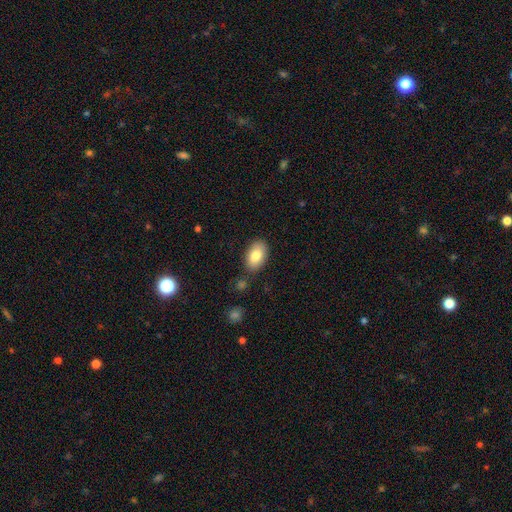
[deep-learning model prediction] Smooth or featured? Predicted: smooth (p=0.83). How rounded? Predicted: in between (p=0.93). Merging? Predicted: none (p=0.81).